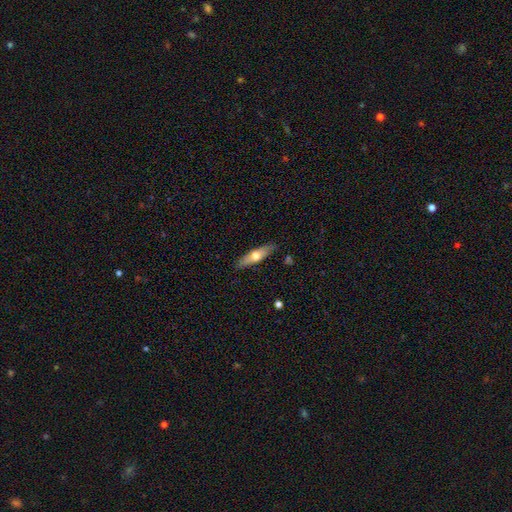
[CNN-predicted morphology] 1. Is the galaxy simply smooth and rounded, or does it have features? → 51% smooth, 43% featured or disk, 6% star or artifact.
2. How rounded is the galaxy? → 63% cigar-shaped, 35% in between, 3% round.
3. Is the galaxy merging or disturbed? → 86% none, 10% minor disturbance, 2% major disturbance, 1% merger.